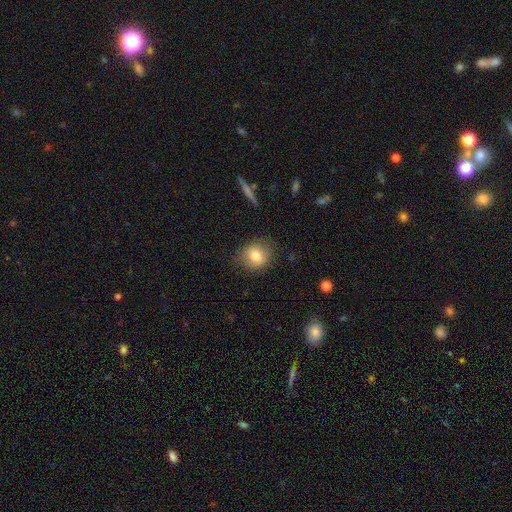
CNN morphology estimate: smooth 79%, featured or disk 12%, star or artifact 9%. Down the decision tree: how rounded — round (66%); merging — none (79%).